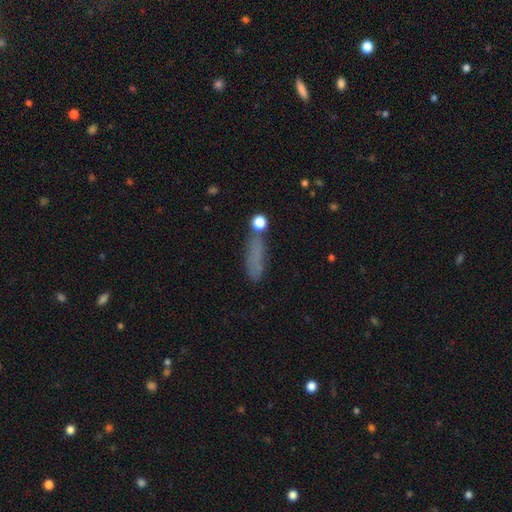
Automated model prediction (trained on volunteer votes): Q: Smooth or featured?
A: smooth (70%); runner-up: star or artifact (17%)
Q: How rounded?
A: cigar-shaped (63%); runner-up: in between (32%)
Q: Merging?
A: none (67%); runner-up: minor disturbance (18%)